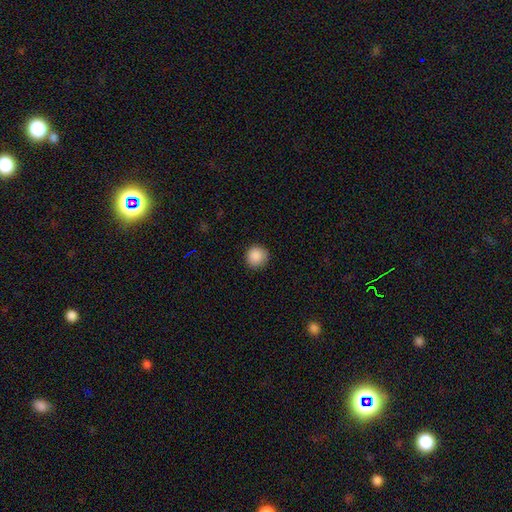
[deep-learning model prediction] This appears to be a smooth galaxy with no disk features (89%) that is round (94%). Merging: none (89%).